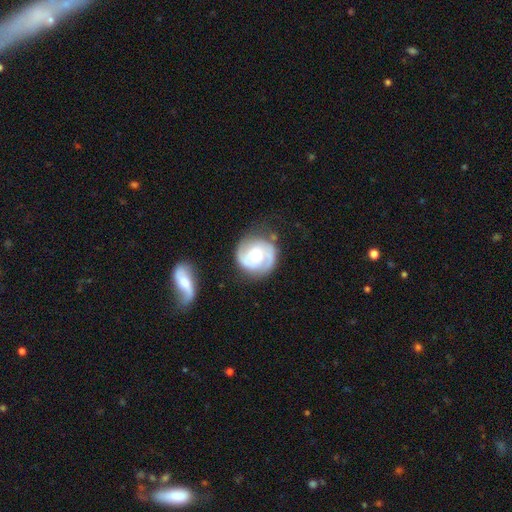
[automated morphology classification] smooth-or-featured: featured or disk: 81% | smooth: 14% | star or artifact: 5%
  disk-edge-on: no: 98% | yes: 2%
    bar: no: 56% | weak: 34% | strong: 10%
    has-spiral-arms: yes: 95% | no: 5%
      spiral-winding: tight: 47% | medium: 42% | loose: 11%
      spiral-arm-count: 2: 82% | can't tell: 7% | 3: 5% | 1: 3% | 4: 1% | more than 4: 1%
    bulge-size: moderate: 53% | small: 40% | large: 4% | none: 2% | dominant: 1%
  merging: none: 74% | minor disturbance: 15% | major disturbance: 6% | merger: 5%